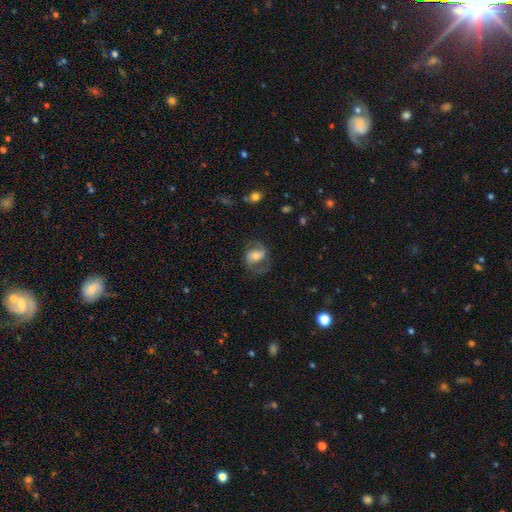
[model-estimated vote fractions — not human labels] This is likely a featured or disk galaxy (68%). It is clearly not viewed edge-on (97%). Bar: marginally no (43%). Spiral arm pattern: clearly yes (89%). Spiral arm count: clearly 2 (87%). Spiral winding: possibly medium (51%). Central bulge: possibly moderate (54%). Merging: likely none (65%).